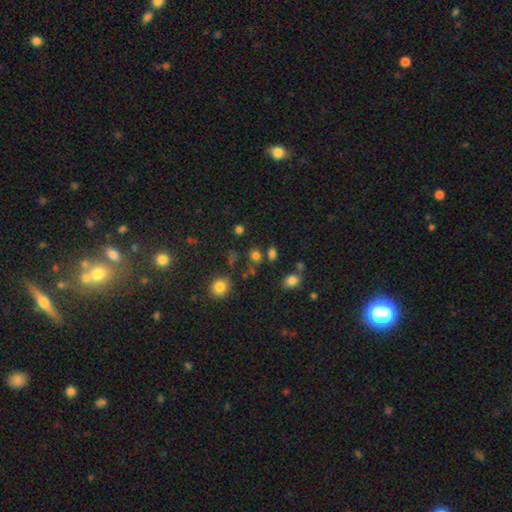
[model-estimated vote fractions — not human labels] Smooth or featured: smooth — 77% (star or artifact — 17%)
How rounded: round — 56% (in between — 42%)
Merging: none — 71% (merger — 12%)